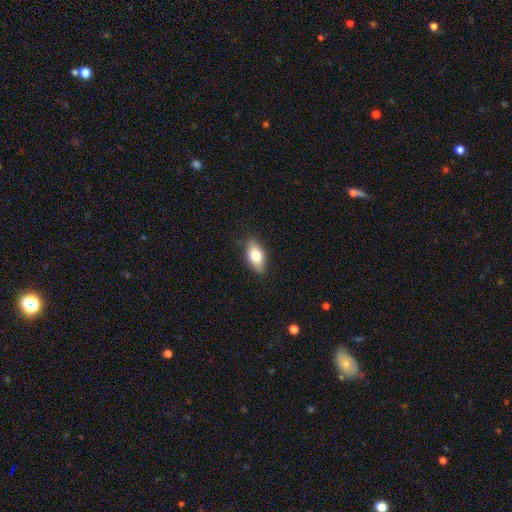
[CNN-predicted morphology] Overall: smooth (75%). How rounded: in between (88%). Merging: none (83%).